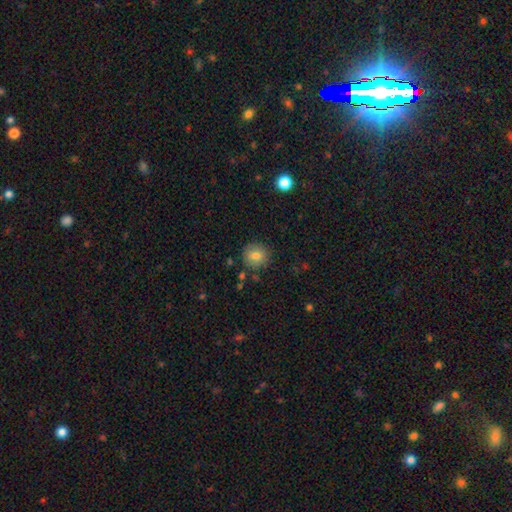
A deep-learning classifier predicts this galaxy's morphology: Q: Smooth or featured?
A: smooth (78%); runner-up: featured or disk (12%)
Q: How rounded?
A: round (91%); runner-up: in between (9%)
Q: Merging?
A: none (85%); runner-up: minor disturbance (9%)